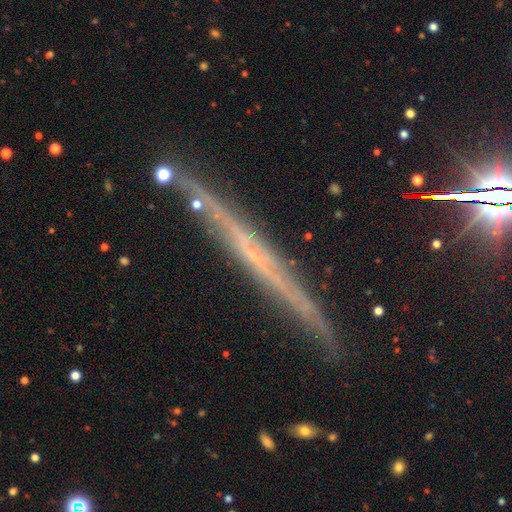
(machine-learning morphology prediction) This is likely a featured or disk galaxy (60%). It is clearly viewed edge-on (96%). Edge-on bulge: clearly none (85%). Merging: clearly none (86%).